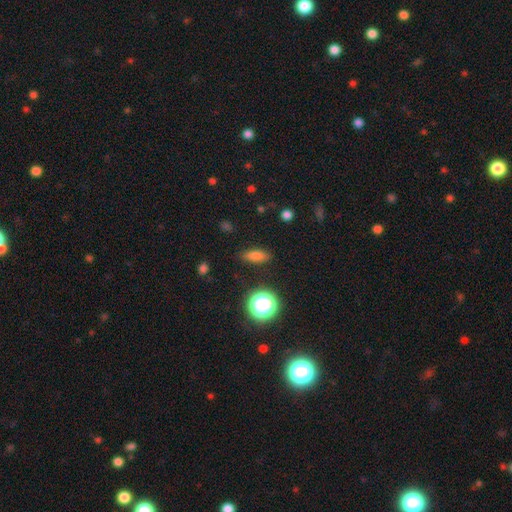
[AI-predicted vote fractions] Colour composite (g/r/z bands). It shows a smooth galaxy with no disk features (76%) that is in between round and cigar-shaped (56%). Merging: none (84%).